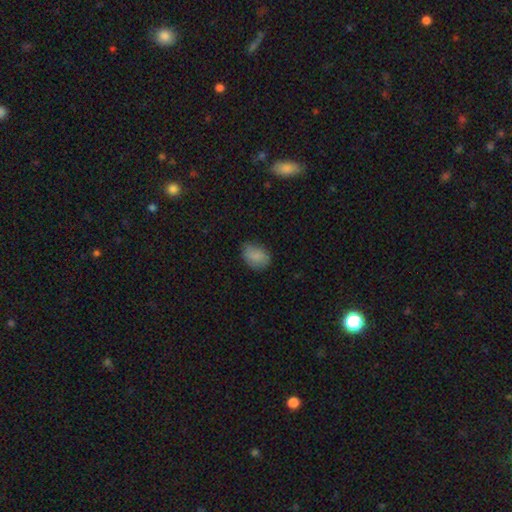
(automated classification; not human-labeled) A smooth galaxy with no disk features (85%) that is in between round and cigar-shaped (77%).

Vote fractions:
- Smooth or featured? smooth: 85% / star or artifact: 8% / featured or disk: 7%
- How rounded? in between: 77% / round: 22% / cigar-shaped: 1%
- Merging? none: 72% / minor disturbance: 22% / major disturbance: 4% / merger: 1%